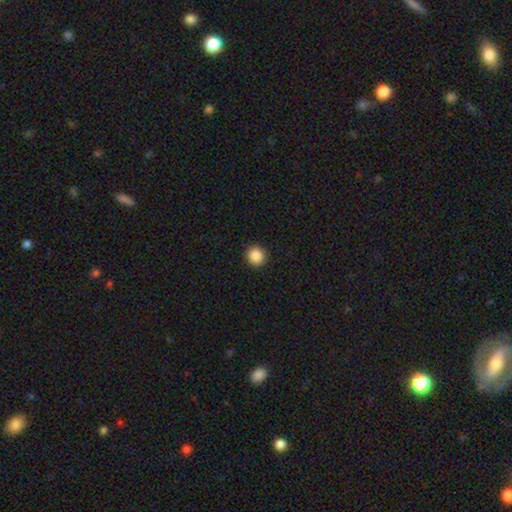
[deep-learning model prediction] This appears to be a smooth galaxy with no disk features (87%) that is round (92%). Merging: none (92%).